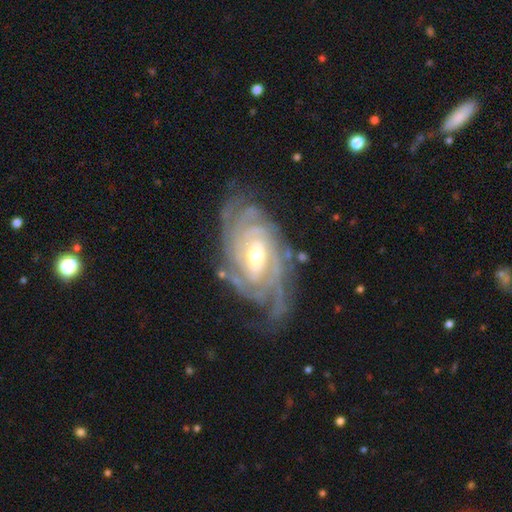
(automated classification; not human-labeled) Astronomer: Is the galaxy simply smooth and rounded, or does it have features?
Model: featured or disk — 91%.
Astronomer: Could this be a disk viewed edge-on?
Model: no — 96%.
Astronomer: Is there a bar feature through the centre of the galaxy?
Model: no — 41% (runner-up: weak, 40%).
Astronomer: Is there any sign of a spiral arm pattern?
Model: yes — 98%.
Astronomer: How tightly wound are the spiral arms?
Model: tight — 74%.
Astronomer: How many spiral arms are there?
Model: can't tell — 24% (runner-up: 4, 23%).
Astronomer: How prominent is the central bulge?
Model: moderate — 58% (runner-up: small, 36%).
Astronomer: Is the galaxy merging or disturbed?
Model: none — 70%.